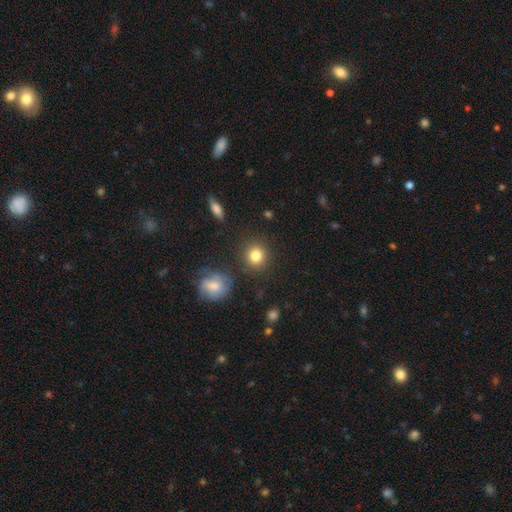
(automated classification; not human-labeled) This appears to be a smooth galaxy with no disk features (84%) that is round (88%). Merging: none (87%).